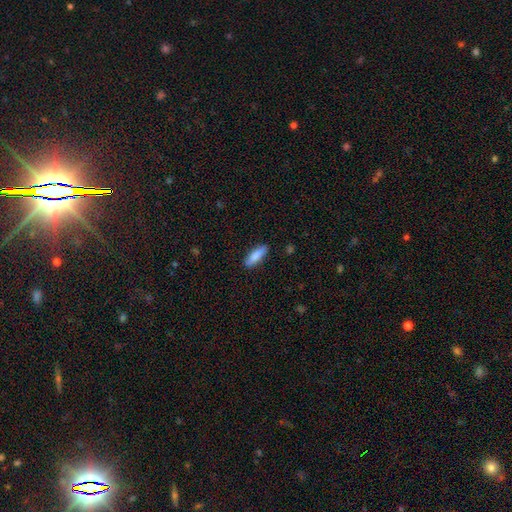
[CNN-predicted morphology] smooth_or_featured: smooth (p=0.82) [alt: featured or disk p=0.12]
how_rounded: in between (p=0.50) [alt: cigar-shaped p=0.48]
merging: none (p=0.87) [alt: minor disturbance p=0.10]